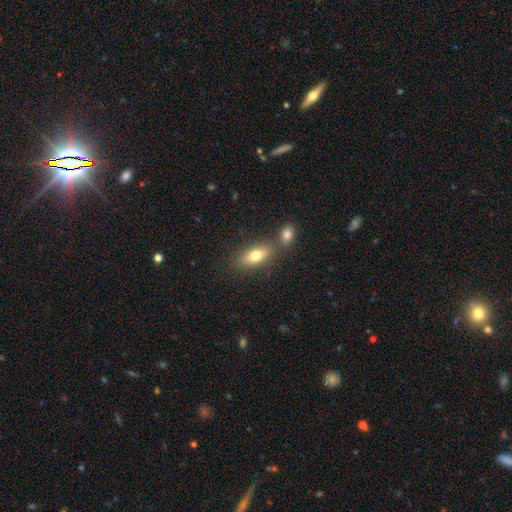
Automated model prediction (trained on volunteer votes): Smooth or featured: smooth — 74% (featured or disk — 18%)
How rounded: in between — 79% (cigar-shaped — 15%)
Merging: none — 62% (merger — 24%)